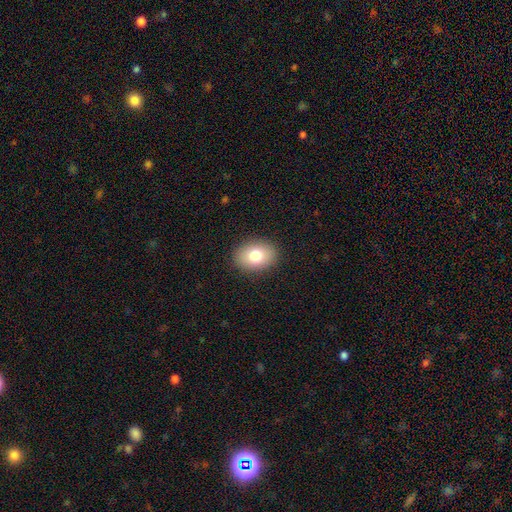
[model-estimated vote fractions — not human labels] The model was most divided on "how rounded": in between: 68%, round: 31%, cigar-shaped: 1%. More confident: merging — none (89%); smooth or featured — smooth (78%).